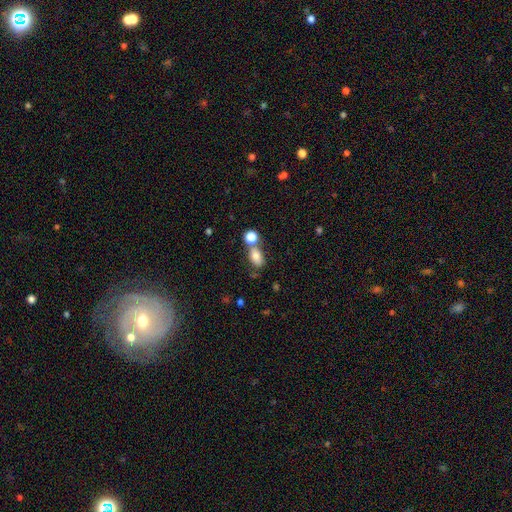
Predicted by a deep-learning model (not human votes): Smooth or featured? Predicted: smooth (p=0.79). How rounded? Predicted: in between (p=0.80). Merging? Predicted: none (p=0.52).